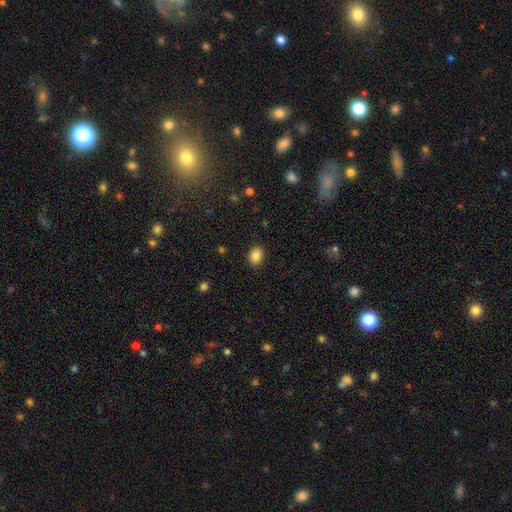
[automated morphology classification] smooth 86%, star or artifact 9%, featured or disk 5%. Down the decision tree: how rounded — in between (64%); merging — none (89%).